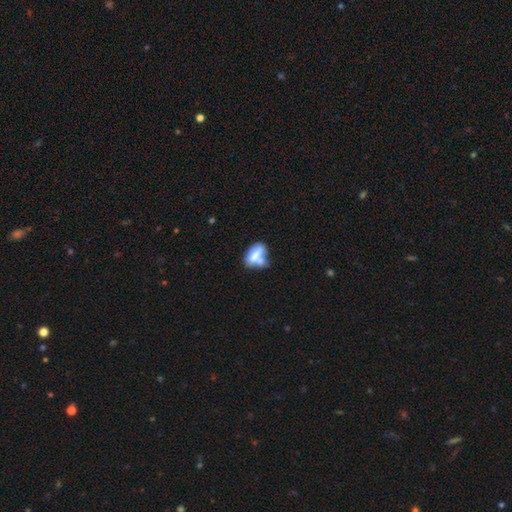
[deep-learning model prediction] Q: Smooth or featured?
A: smooth (63%); runner-up: featured or disk (28%)
Q: How rounded?
A: in between (73%); runner-up: cigar-shaped (20%)
Q: Merging?
A: merger (46%); runner-up: none (29%)